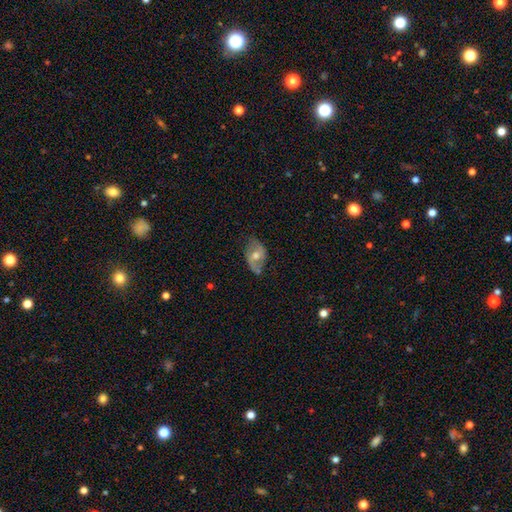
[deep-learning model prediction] Morphology: type=featured or disk (67%); edge-on=no (93%); bar=no (49%); spiral arms=yes (77%); bulge=moderate (69%); merging=none (68%).